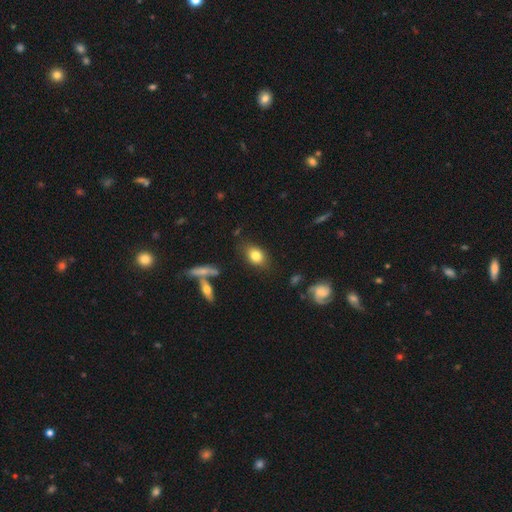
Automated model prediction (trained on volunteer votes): Smooth or featured? Predicted: smooth (p=0.80). How rounded? Predicted: in between (p=0.74). Merging? Predicted: none (p=0.80).